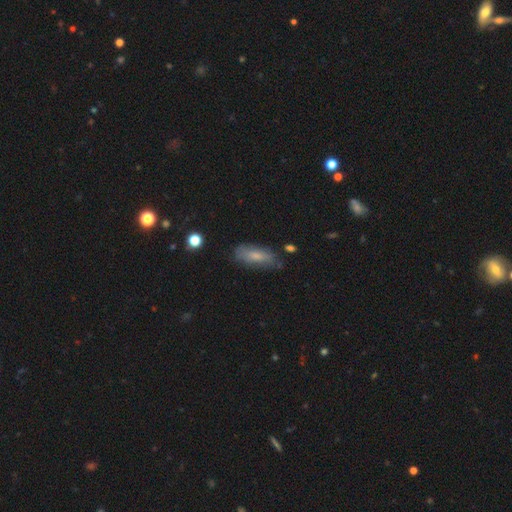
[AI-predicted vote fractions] The model was most divided on "how rounded": in between: 68%, cigar-shaped: 29%, round: 2%. More confident: merging — none (70%); smooth or featured — smooth (67%).